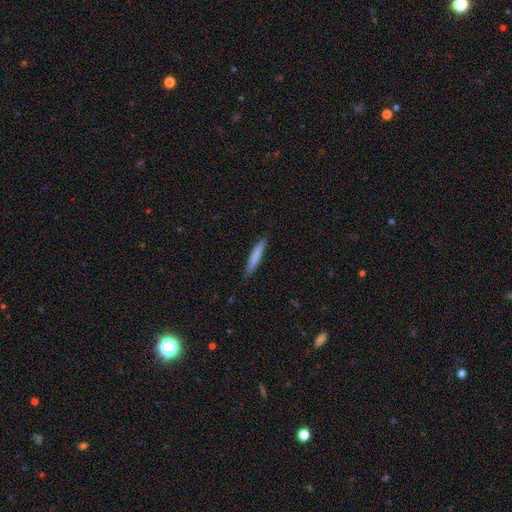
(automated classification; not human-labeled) This is likely a smooth galaxy (76%). How rounded: clearly cigar-shaped (94%). Merging: clearly none (88%).